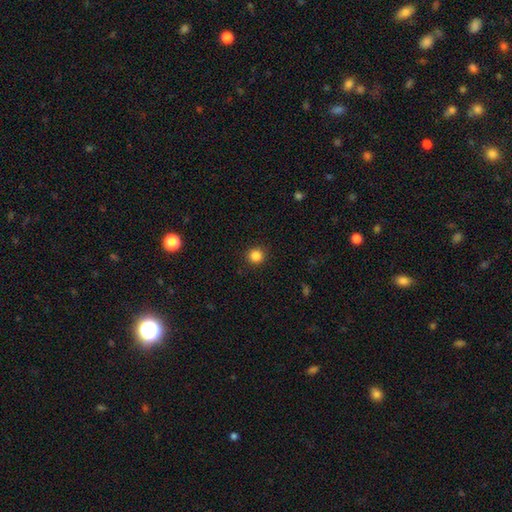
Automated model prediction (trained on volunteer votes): Q: Smooth or featured?
A: smooth (85%); runner-up: star or artifact (11%)
Q: How rounded?
A: round (92%); runner-up: in between (7%)
Q: Merging?
A: none (91%); runner-up: minor disturbance (6%)